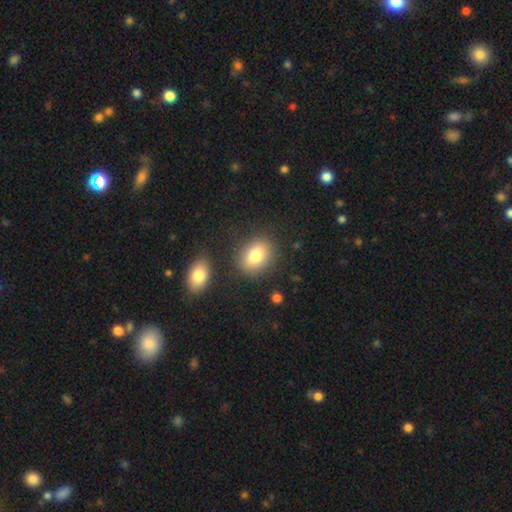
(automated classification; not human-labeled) Overall: smooth (81%). How rounded: in between (59%; round 40%). Merging: none (82%).